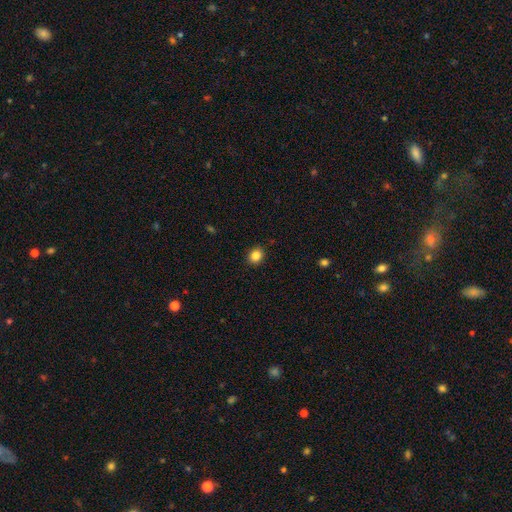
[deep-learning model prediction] The model was most divided on "how rounded": round: 72%, in between: 27%, cigar-shaped: 1%. More confident: merging — none (91%); smooth or featured — smooth (85%).